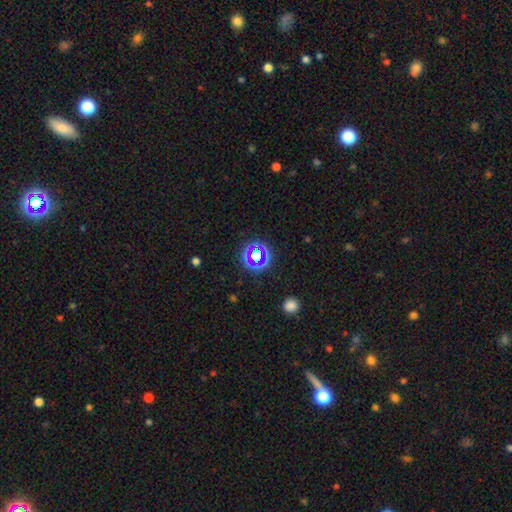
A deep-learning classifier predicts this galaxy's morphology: This is likely a star or artifact rather than a galaxy (61%).